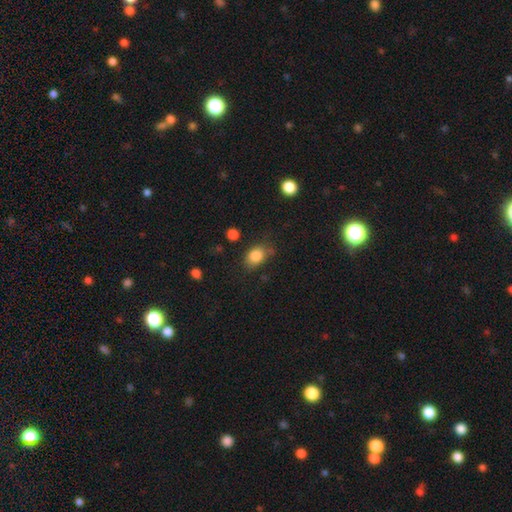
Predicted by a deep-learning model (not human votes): Smooth or featured? Predicted: smooth (p=0.85). How rounded? Predicted: in between (p=0.67). Merging? Predicted: none (p=0.64).